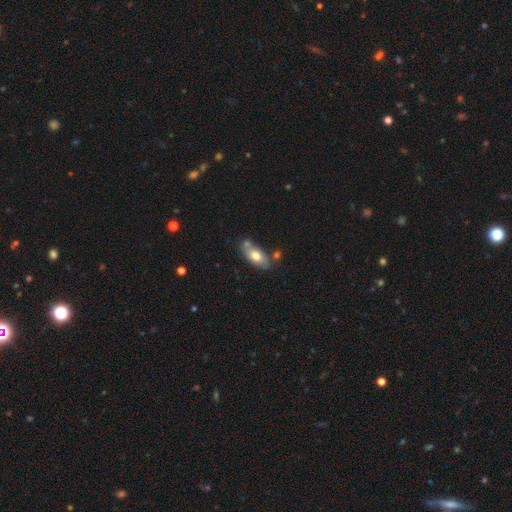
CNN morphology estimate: Smooth or featured?
  - smooth: 68% *
  - featured or disk: 25%
  - star or artifact: 7%
How rounded?
  - in between: 87% *
  - cigar-shaped: 9%
  - round: 4%
Merging?
  - none: 64% *
  - minor disturbance: 18%
  - merger: 15%
  - major disturbance: 4%